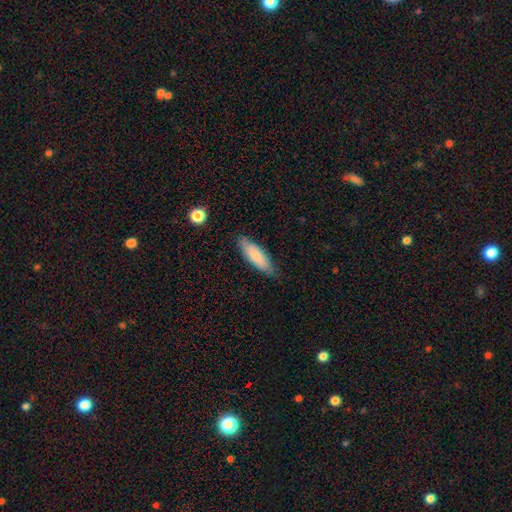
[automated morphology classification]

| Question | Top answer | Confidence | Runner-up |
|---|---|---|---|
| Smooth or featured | smooth | 78% | featured or disk (16%) |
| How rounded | cigar-shaped | 50% | in between (49%) |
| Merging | none | 82% | minor disturbance (15%) |